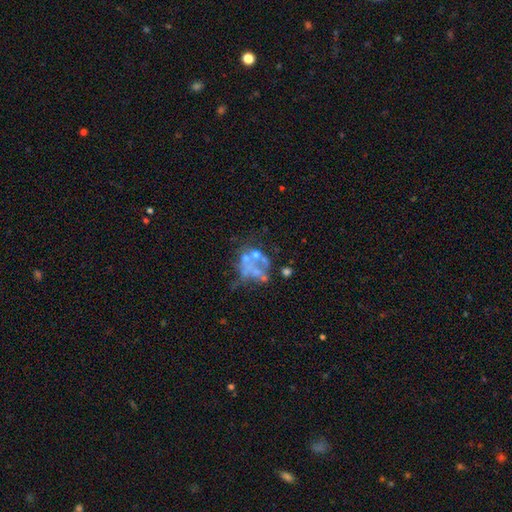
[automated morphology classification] featured or disk 59%, smooth 24%, star or artifact 17%. Down the decision tree: edge-on disk — no (98%); bar — no (95%); spiral arms — no (96%); bulge size — none (77%); merging — merger (31%).